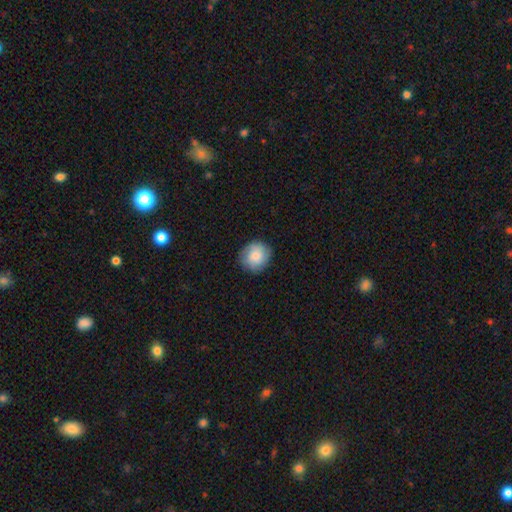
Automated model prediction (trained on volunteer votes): smooth-or-featured: smooth: 71% | featured or disk: 21% | star or artifact: 7%
  how-rounded: round: 83% | in between: 16% | cigar-shaped: 1%
  merging: none: 82% | minor disturbance: 14% | major disturbance: 3% | merger: 1%